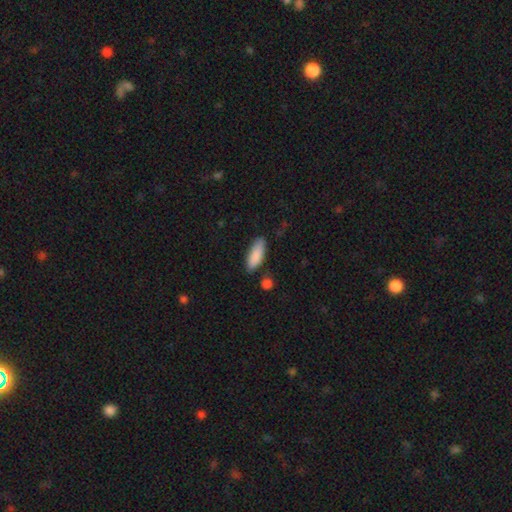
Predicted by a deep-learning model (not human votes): Smooth or featured? Predicted: smooth (p=0.88). How rounded? Predicted: in between (p=0.67). Merging? Predicted: none (p=0.78).